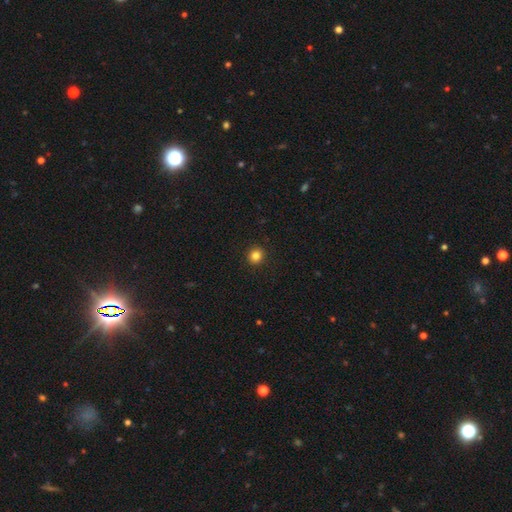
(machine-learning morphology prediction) This appears to be a smooth galaxy with no disk features (84%) that is round (86%). Merging: none (92%).